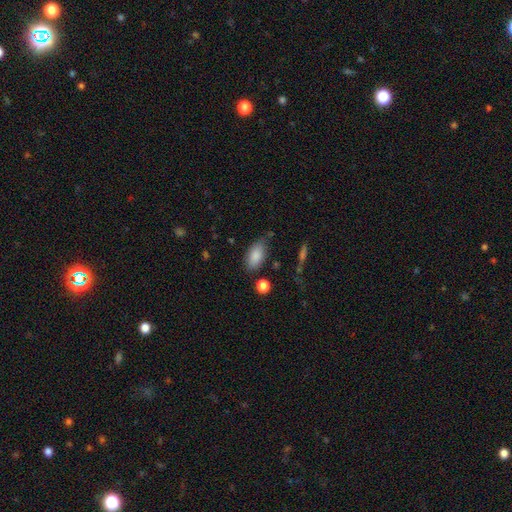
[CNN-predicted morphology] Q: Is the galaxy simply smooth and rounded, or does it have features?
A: smooth — 86%.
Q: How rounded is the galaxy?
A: in between — 91%.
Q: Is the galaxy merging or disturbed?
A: none — 71%.